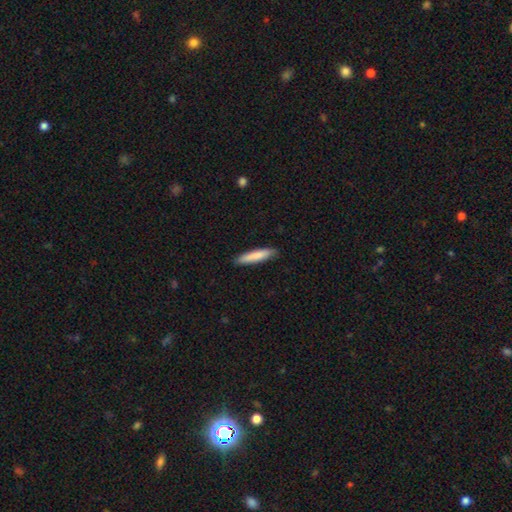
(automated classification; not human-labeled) A smooth galaxy with no disk features (84%) that is cigar-shaped (87%).

Vote fractions:
- Smooth or featured? smooth: 84% / featured or disk: 10% / star or artifact: 5%
- How rounded? cigar-shaped: 87% / in between: 12% / round: 1%
- Merging? none: 89% / minor disturbance: 9% / major disturbance: 2% / merger: 1%